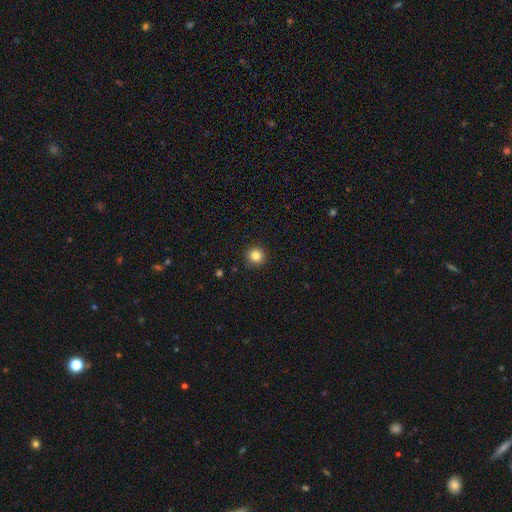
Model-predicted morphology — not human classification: Smooth or featured?
  - smooth: 84% *
  - star or artifact: 11%
  - featured or disk: 5%
How rounded?
  - round: 95% *
  - in between: 4%
  - cigar-shaped: 1%
Merging?
  - none: 92% *
  - minor disturbance: 5%
  - major disturbance: 2%
  - merger: 1%